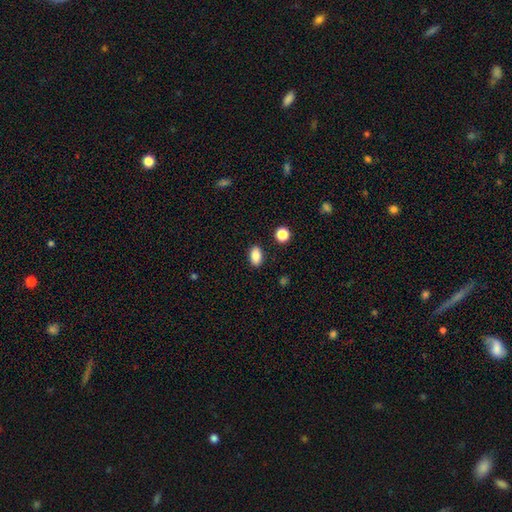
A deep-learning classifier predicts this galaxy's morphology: Overall: smooth (86%). How rounded: in between (88%). Merging: none (89%).